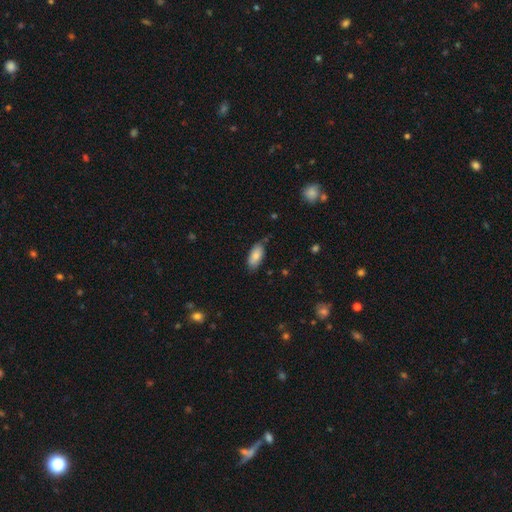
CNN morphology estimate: Smooth or featured? smooth (80%)
How rounded? in between (90%)
Merging? none (70%)